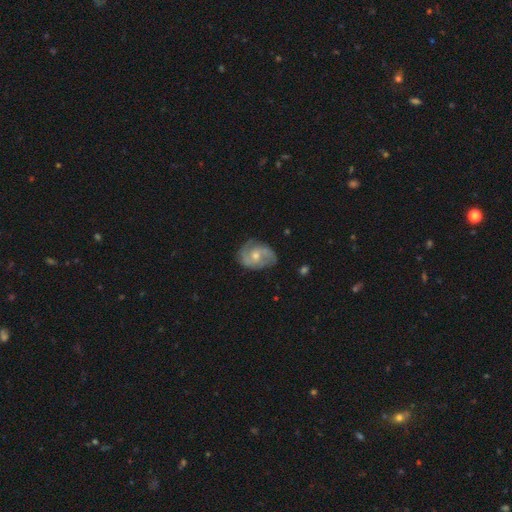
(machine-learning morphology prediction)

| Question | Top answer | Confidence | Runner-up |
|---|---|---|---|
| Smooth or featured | featured or disk | 73% | smooth (21%) |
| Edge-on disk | no | 97% | yes (3%) |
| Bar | no | 60% | weak (34%) |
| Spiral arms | yes | 90% | no (10%) |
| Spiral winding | medium | 48% | tight (31%) |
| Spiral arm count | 2 | 66% | can't tell (15%) |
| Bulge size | moderate | 56% | small (38%) |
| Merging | none | 67% | minor disturbance (23%) |